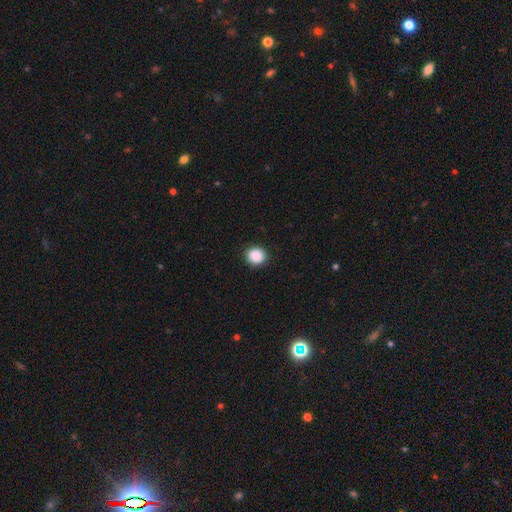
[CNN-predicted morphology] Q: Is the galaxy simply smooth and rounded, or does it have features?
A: smooth — 88%.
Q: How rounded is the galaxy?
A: round — 87%.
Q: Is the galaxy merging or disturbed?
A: none — 91%.